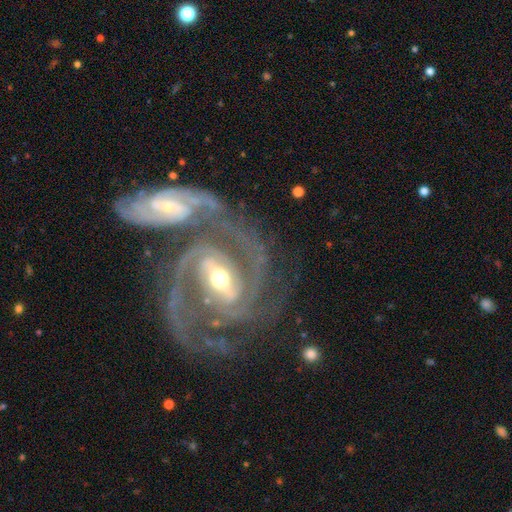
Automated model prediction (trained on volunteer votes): This is clearly a featured or disk galaxy (92%). It is clearly not viewed edge-on (97%). Bar: possibly strong (53%). Spiral arm pattern: clearly yes (98%). Spiral arm count: likely 2 (63%). Spiral winding: possibly medium (48%). Central bulge: possibly moderate (59%). Merging: possibly merger (51%).